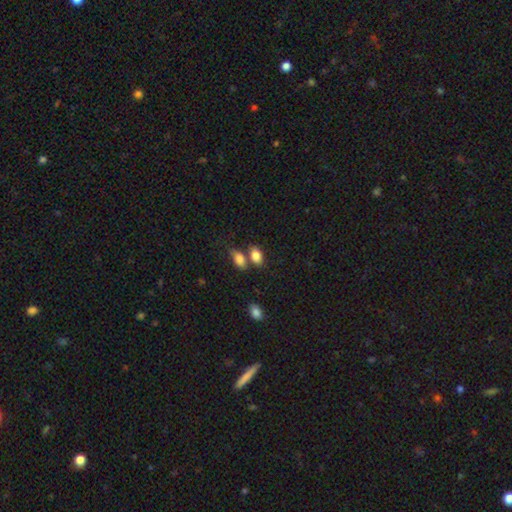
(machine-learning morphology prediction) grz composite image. It shows a smooth galaxy with no disk features (85%) that is in between round and cigar-shaped (86%). Merging: none (51%).